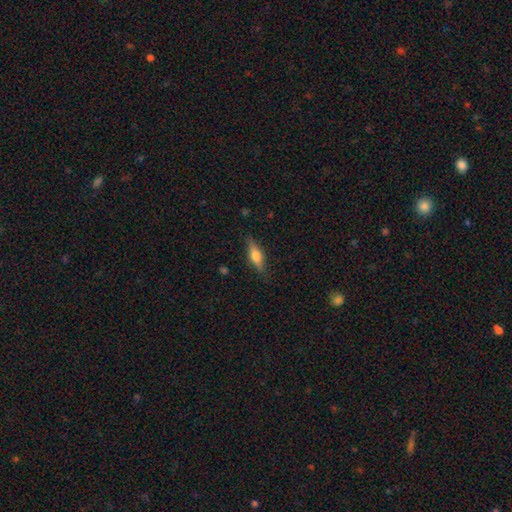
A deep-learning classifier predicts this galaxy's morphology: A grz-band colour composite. It shows a smooth galaxy with no disk features (58%) that is in between round and cigar-shaped (50%). Merging: none (82%).